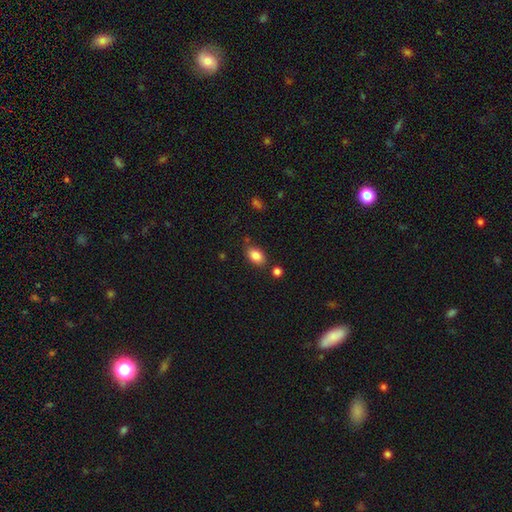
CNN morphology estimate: smooth_or_featured: smooth (p=0.85) [alt: star or artifact p=0.08]
how_rounded: in between (p=0.88) [alt: round p=0.10]
merging: none (p=0.77) [alt: minor disturbance p=0.13]